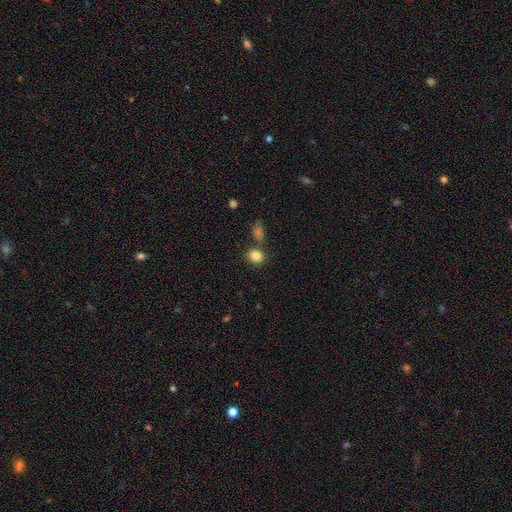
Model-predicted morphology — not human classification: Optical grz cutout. It shows a smooth galaxy with no disk features (84%) that is round (68%). Merging: none (74%).